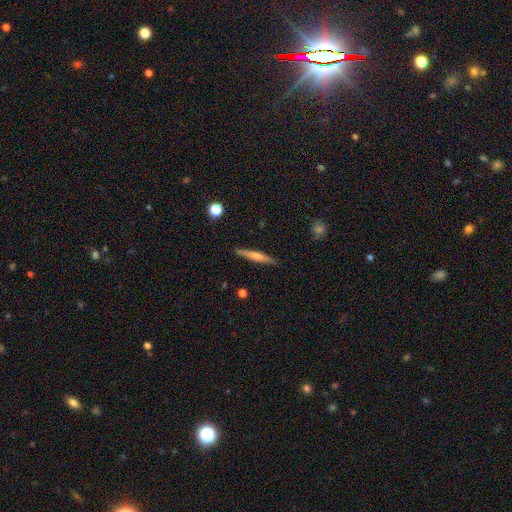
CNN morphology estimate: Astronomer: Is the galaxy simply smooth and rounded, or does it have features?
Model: featured or disk — 58% (runner-up: smooth, 35%).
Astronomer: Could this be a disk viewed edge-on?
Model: yes — 97%.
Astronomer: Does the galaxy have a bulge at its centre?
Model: rounded — 70%.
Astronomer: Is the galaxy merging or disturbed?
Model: none — 90%.